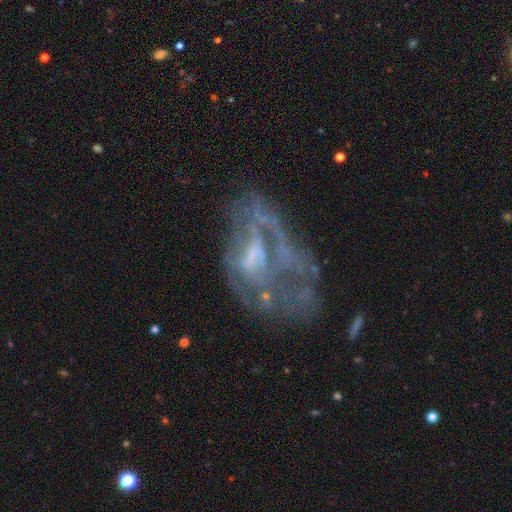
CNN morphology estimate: A featured or disk galaxy (69%) with no bar (62%), no spiral arms (68%) and no central bulge (37%).

Vote fractions:
- Smooth or featured? featured or disk: 69% / smooth: 18% / star or artifact: 13%
- Edge-on disk? no: 95% / yes: 5%
- Bar? no: 62% / weak: 30% / strong: 8%
- Spiral arms? no: 68% / yes: 32%
- Bulge size? none: 37% / small: 31% / moderate: 28% / large: 3% / dominant: 1%
- Merging? major disturbance: 40% / none: 33% / minor disturbance: 18% / merger: 9%